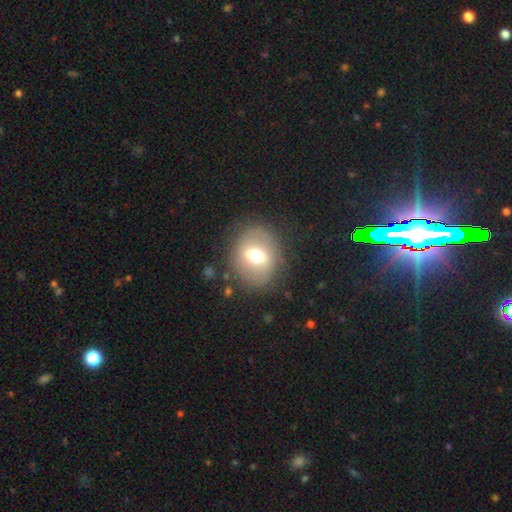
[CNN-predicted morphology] A smooth galaxy with no disk features (51%) that is round (69%).

Vote fractions:
- Smooth or featured? smooth: 51% / featured or disk: 39% / star or artifact: 10%
- How rounded? round: 69% / in between: 30% / cigar-shaped: 1%
- Merging? none: 80% / minor disturbance: 12% / major disturbance: 6% / merger: 2%